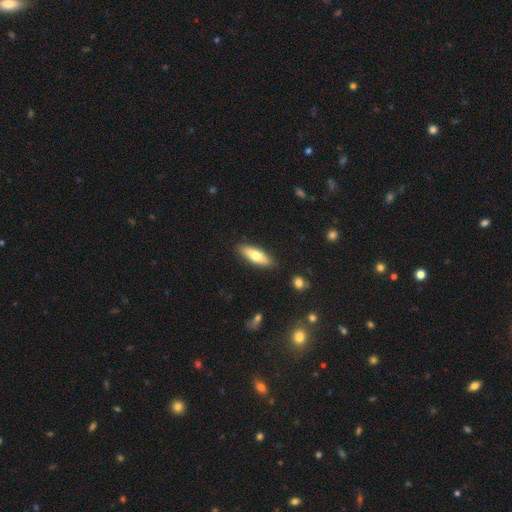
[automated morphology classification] This is likely a smooth galaxy (70%). How rounded: possibly in between (58%). Merging: clearly none (87%).